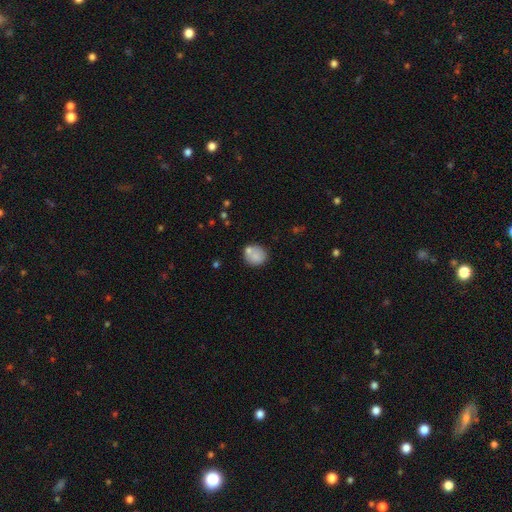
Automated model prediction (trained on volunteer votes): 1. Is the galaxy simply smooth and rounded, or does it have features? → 79% smooth, 12% featured or disk, 9% star or artifact.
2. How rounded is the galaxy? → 81% round, 18% in between, 1% cigar-shaped.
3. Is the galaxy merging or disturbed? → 63% none, 18% merger, 14% minor disturbance, 4% major disturbance.